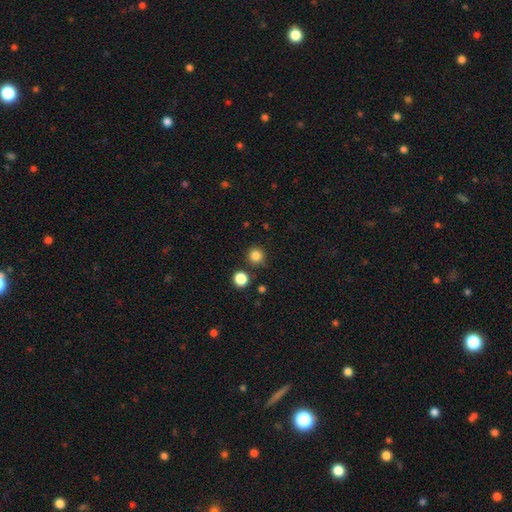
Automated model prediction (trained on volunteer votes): smooth 84%, star or artifact 13%, featured or disk 3%. Down the decision tree: how rounded — round (94%); merging — none (86%).